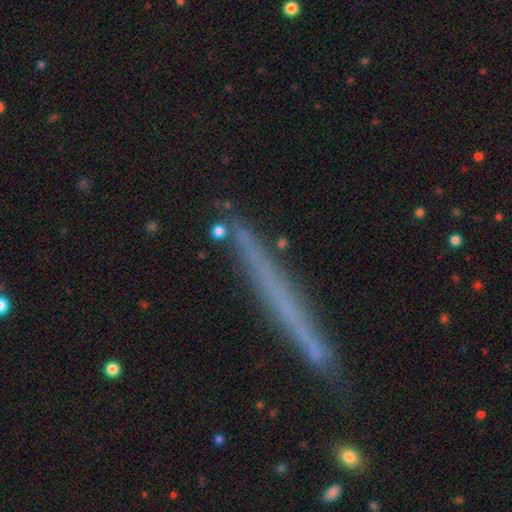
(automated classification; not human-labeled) Smooth or featured? Predicted: featured or disk (p=0.49). Merging? Predicted: none (p=0.84).